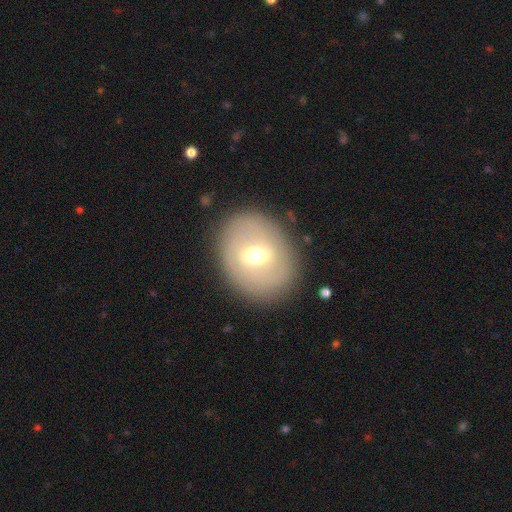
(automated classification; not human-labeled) Overall: featured or disk (58%; smooth 35%). Edge-on disk: no (92%). Bar: weak (53%; strong 25%). Spiral arms: no (59%; yes 41%). Bulge size: moderate (66%). Merging: none (84%).